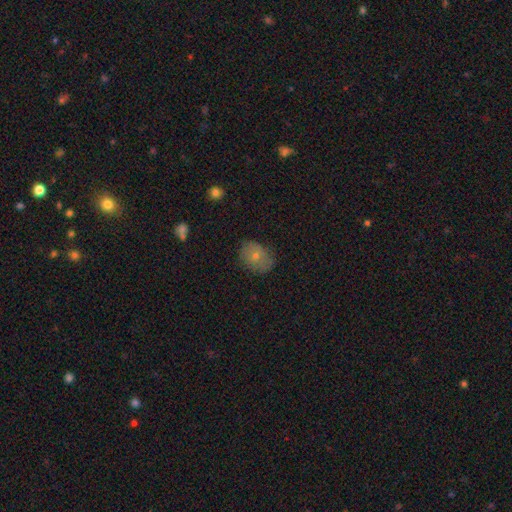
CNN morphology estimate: A smooth galaxy with no disk features (63%) that is in between round and cigar-shaped (55%). Merging: none (77%).